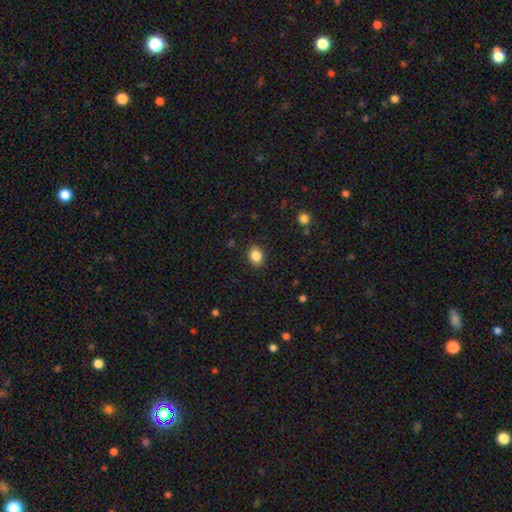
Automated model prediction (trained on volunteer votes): Q: Smooth or featured?
A: smooth (86%); runner-up: star or artifact (10%)
Q: How rounded?
A: in between (61%); runner-up: round (38%)
Q: Merging?
A: none (88%); runner-up: minor disturbance (8%)